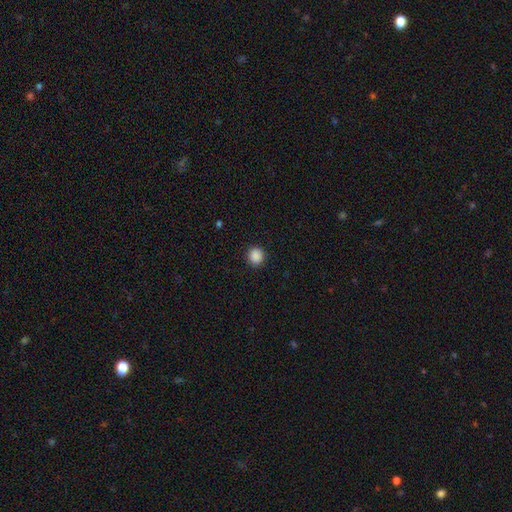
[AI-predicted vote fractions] smooth 89%, star or artifact 9%, featured or disk 2%. Down the decision tree: how rounded — round (91%); merging — none (92%).